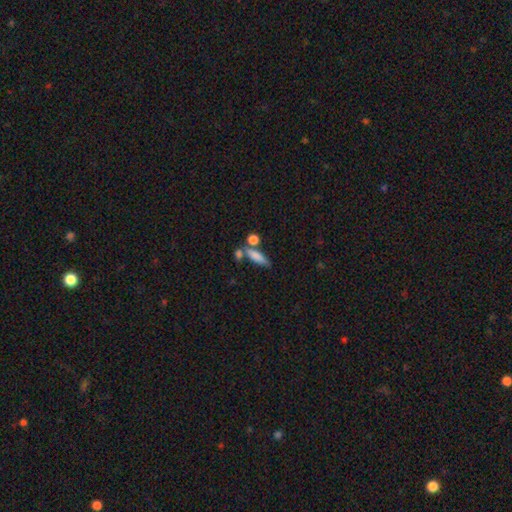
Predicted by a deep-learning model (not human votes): smooth_or_featured: smooth (p=0.77) [alt: featured or disk p=0.14]
how_rounded: cigar-shaped (p=0.55) [alt: in between p=0.40]
merging: none (p=0.54) [alt: merger p=0.26]